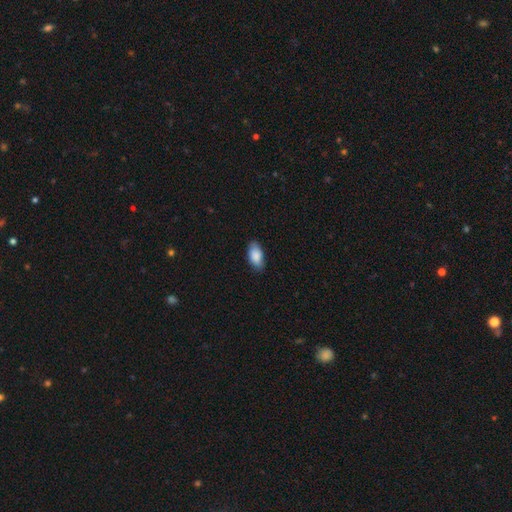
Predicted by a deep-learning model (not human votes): Q: Smooth or featured?
A: smooth (86%); runner-up: featured or disk (8%)
Q: How rounded?
A: in between (93%); runner-up: round (4%)
Q: Merging?
A: none (81%); runner-up: minor disturbance (15%)